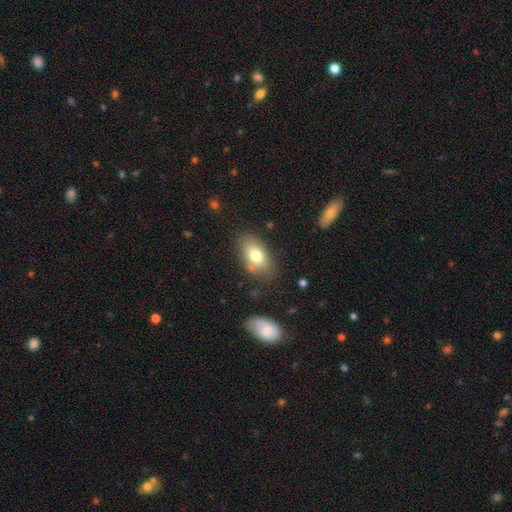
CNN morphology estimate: The model was most divided on "smooth or featured": smooth: 75%, featured or disk: 17%, star or artifact: 8%. More confident: how rounded — in between (89%); merging — none (75%).